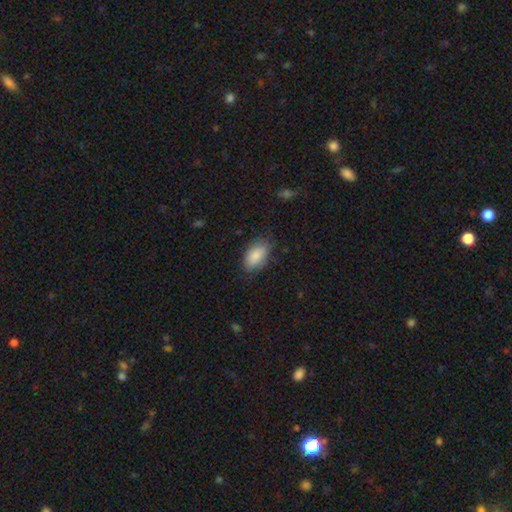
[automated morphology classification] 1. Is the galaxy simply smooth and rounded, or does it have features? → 85% smooth, 8% featured or disk, 6% star or artifact.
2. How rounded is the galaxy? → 93% in between, 5% round, 2% cigar-shaped.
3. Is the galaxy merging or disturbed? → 71% none, 23% minor disturbance, 5% major disturbance, 1% merger.